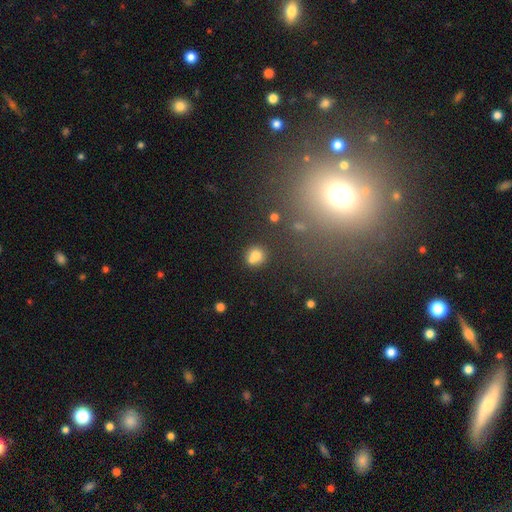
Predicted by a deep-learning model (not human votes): Smooth or featured?
  - smooth: 75% *
  - star or artifact: 13%
  - featured or disk: 12%
How rounded?
  - round: 83% *
  - in between: 16%
  - cigar-shaped: 1%
Merging?
  - none: 53% *
  - merger: 33%
  - minor disturbance: 10%
  - major disturbance: 4%